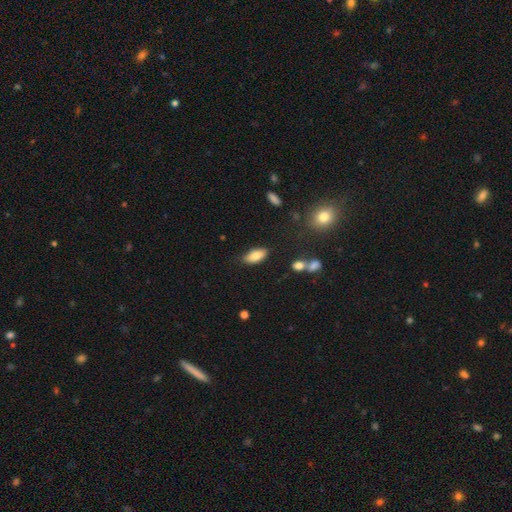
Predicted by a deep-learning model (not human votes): This is clearly a smooth galaxy (82%). How rounded: clearly in between (87%). Merging: likely none (80%).